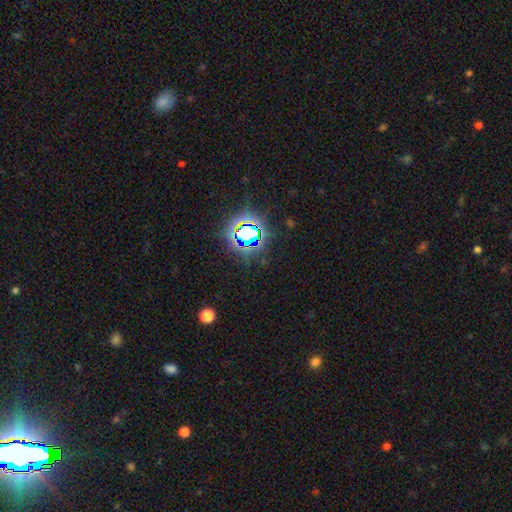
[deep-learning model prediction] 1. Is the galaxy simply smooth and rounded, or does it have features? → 79% star or artifact, 14% smooth, 7% featured or disk.